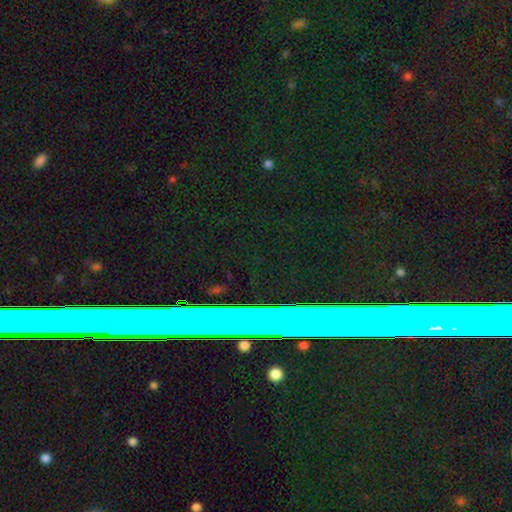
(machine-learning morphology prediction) This appears to be a star or artifact, not a galaxy (67%).